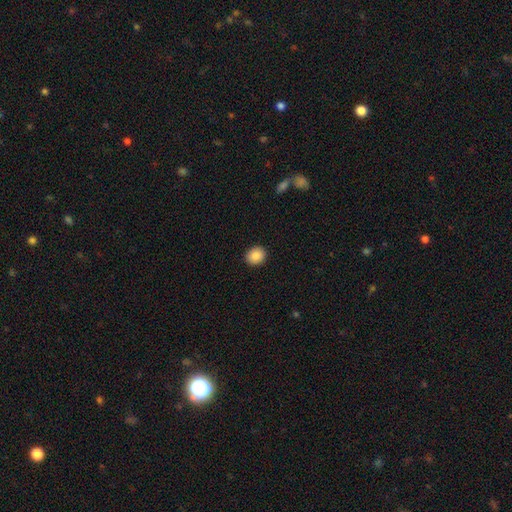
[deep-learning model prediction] Overall: smooth (88%). How rounded: round (70%). Merging: none (92%).